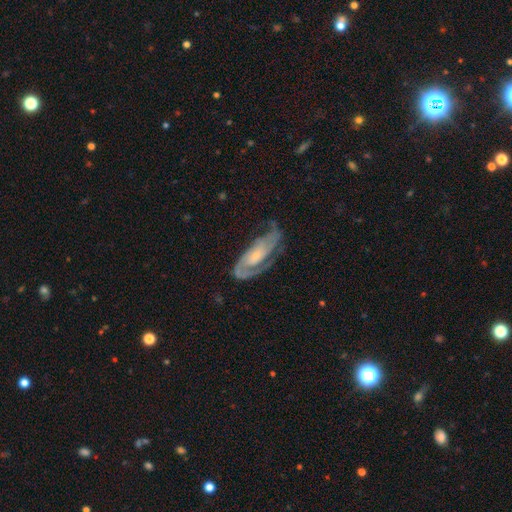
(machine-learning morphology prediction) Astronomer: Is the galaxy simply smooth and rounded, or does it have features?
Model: featured or disk — 84%.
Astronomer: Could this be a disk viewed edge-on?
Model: no — 93%.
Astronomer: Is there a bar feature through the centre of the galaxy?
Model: no — 61%.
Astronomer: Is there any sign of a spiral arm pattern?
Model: yes — 95%.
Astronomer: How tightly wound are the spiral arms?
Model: tight — 48% (runner-up: medium, 39%).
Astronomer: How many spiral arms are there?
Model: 2 — 74%.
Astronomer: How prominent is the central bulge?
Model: small — 59%.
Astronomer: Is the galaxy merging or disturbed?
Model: none — 60%.